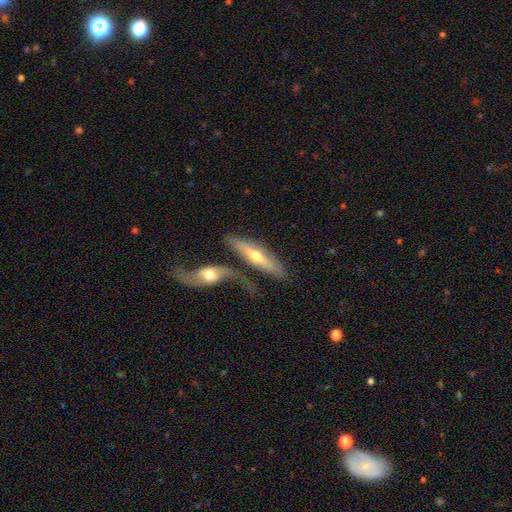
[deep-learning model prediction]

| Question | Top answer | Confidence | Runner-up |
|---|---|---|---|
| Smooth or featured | featured or disk | 60% | smooth (34%) |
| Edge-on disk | yes | 72% | no (28%) |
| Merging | none | 50% | merger (31%) |